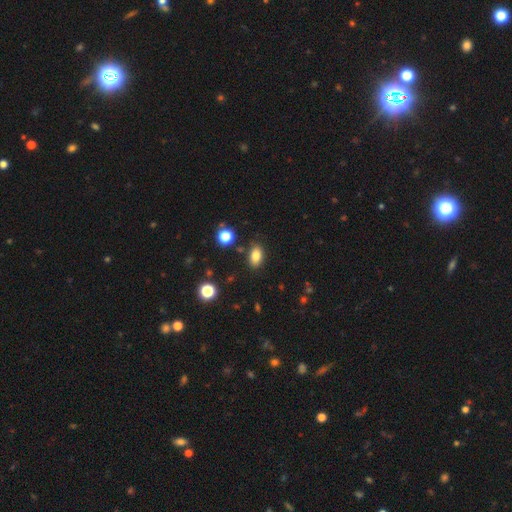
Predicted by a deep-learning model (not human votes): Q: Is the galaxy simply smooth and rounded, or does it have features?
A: smooth — 82%.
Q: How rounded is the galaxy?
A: in between — 86%.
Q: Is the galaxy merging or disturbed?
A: none — 84%.